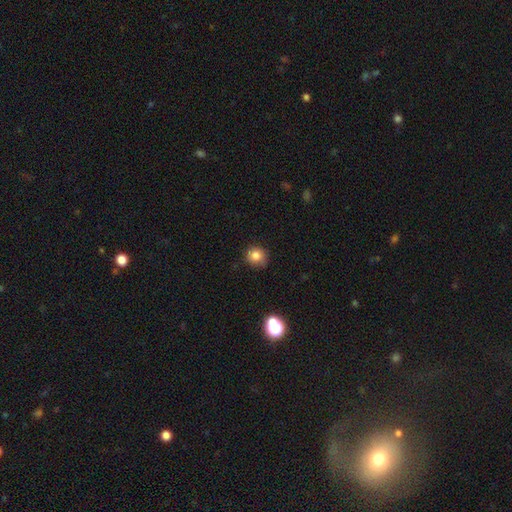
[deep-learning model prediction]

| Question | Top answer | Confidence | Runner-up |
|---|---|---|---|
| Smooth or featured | smooth | 82% | star or artifact (12%) |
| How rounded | round | 89% | in between (10%) |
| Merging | none | 81% | minor disturbance (15%) |